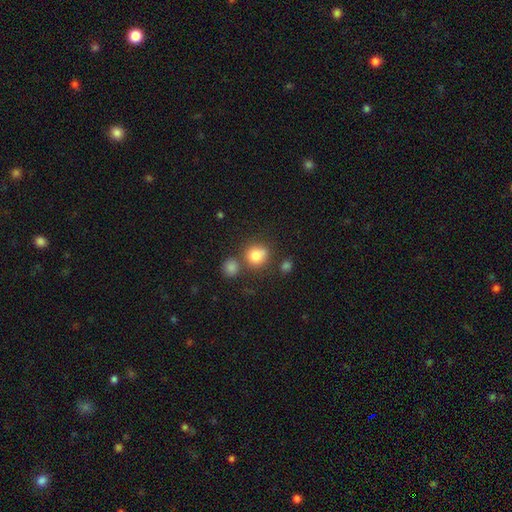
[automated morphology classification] A smooth galaxy with no disk features (80%) that is round (84%). Merging: none (63%).